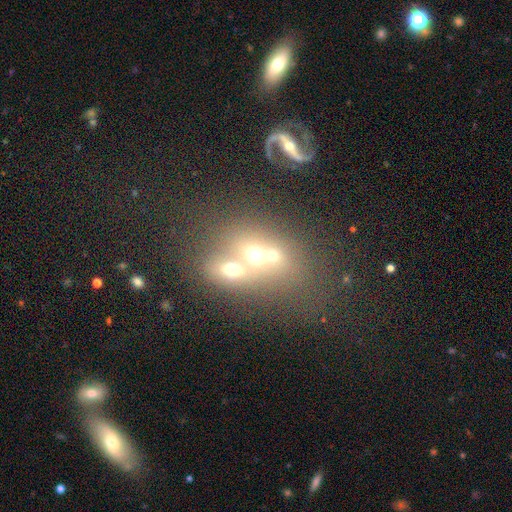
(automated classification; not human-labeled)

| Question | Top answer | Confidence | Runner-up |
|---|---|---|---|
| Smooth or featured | smooth | 46% | featured or disk (36%) |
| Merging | merger | 65% | none (22%) |